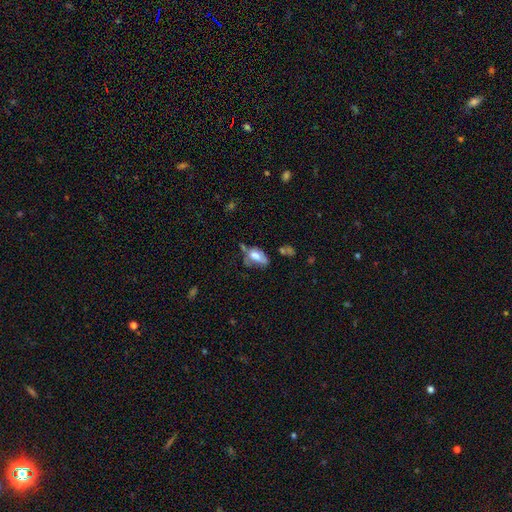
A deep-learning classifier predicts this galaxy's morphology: smooth_or_featured: smooth (p=0.57) [alt: featured or disk p=0.32]
how_rounded: in between (p=0.86) [alt: round p=0.10]
merging: major disturbance (p=0.31) [alt: minor disturbance p=0.25]